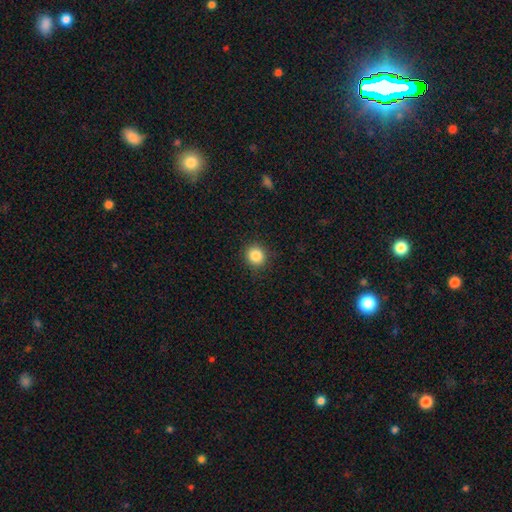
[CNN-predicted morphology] The model was most divided on "smooth or featured": smooth: 86%, star or artifact: 10%, featured or disk: 4%. More confident: how rounded — round (91%); merging — none (91%).